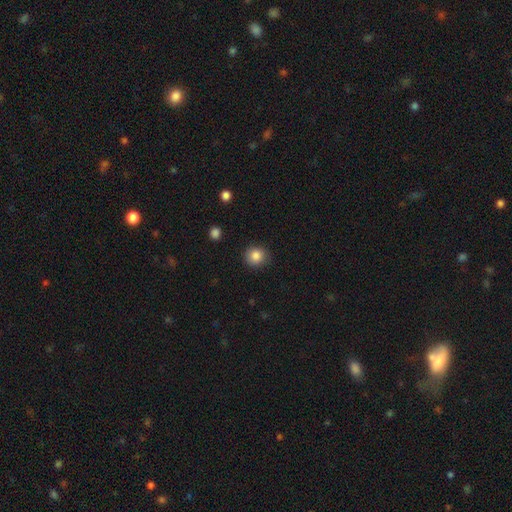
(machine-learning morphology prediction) smooth-or-featured: smooth: 85% | star or artifact: 10% | featured or disk: 5%
  how-rounded: round: 86% | in between: 13% | cigar-shaped: 1%
  merging: none: 87% | minor disturbance: 9% | major disturbance: 2% | merger: 1%